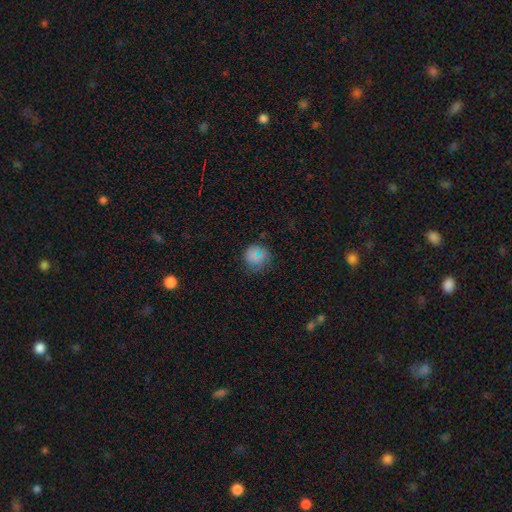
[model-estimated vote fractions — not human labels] Smooth or featured? smooth (70%)
How rounded? round (90%)
Merging? none (77%)